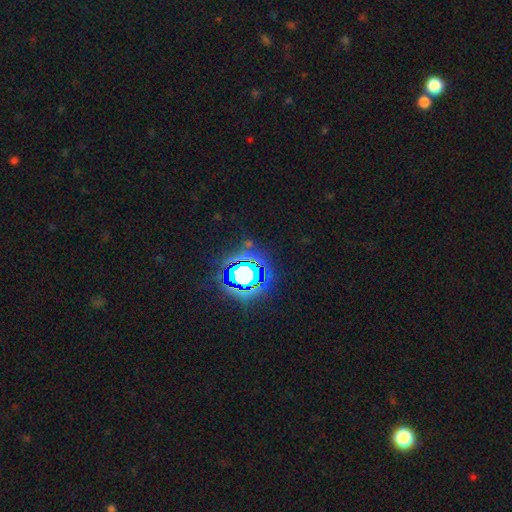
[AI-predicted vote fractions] Morphology: type=star or artifact (80%).